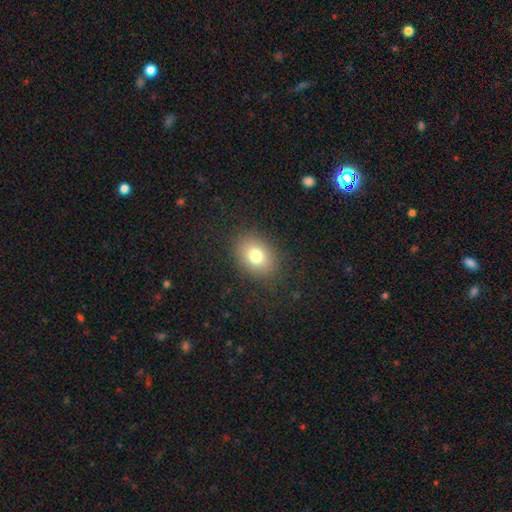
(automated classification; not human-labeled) smooth 77%, star or artifact 12%, featured or disk 11%. Down the decision tree: how rounded — in between (59%); merging — none (86%).